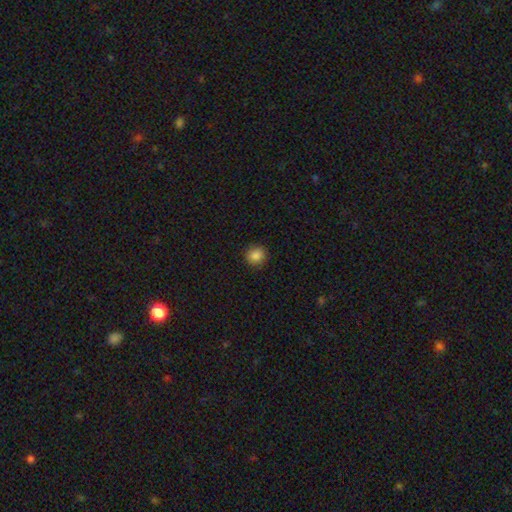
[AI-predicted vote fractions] Smooth or featured?
  - smooth: 86% *
  - star or artifact: 10%
  - featured or disk: 4%
How rounded?
  - round: 90% *
  - in between: 9%
  - cigar-shaped: 1%
Merging?
  - none: 90% *
  - minor disturbance: 7%
  - major disturbance: 2%
  - merger: 1%